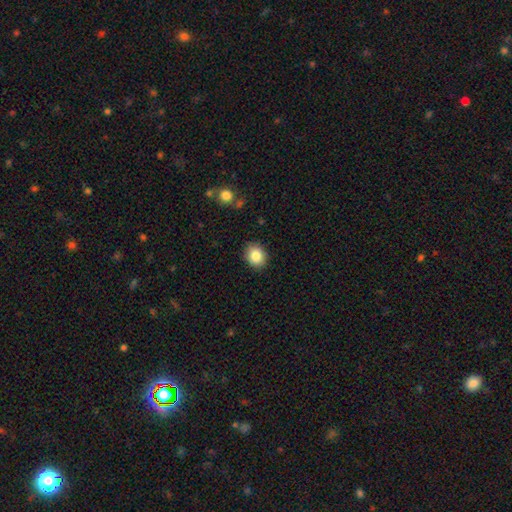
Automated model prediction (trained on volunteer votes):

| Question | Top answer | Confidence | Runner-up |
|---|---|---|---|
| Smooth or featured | smooth | 85% | star or artifact (9%) |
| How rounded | round | 59% | in between (40%) |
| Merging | none | 88% | minor disturbance (9%) |